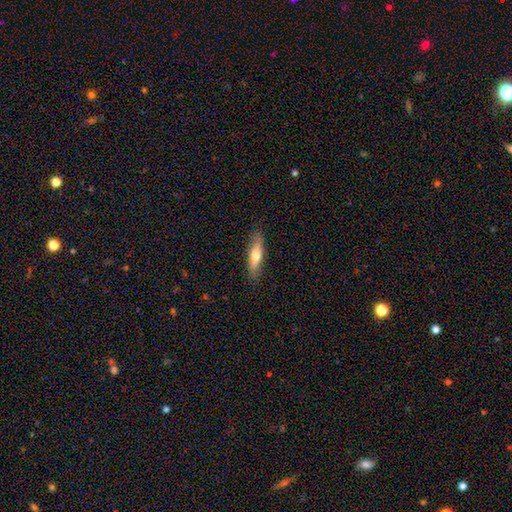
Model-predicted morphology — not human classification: smooth_or_featured: smooth (p=0.61) [alt: featured or disk p=0.33]
how_rounded: cigar-shaped (p=0.68) [alt: in between p=0.30]
merging: none (p=0.85) [alt: minor disturbance p=0.11]